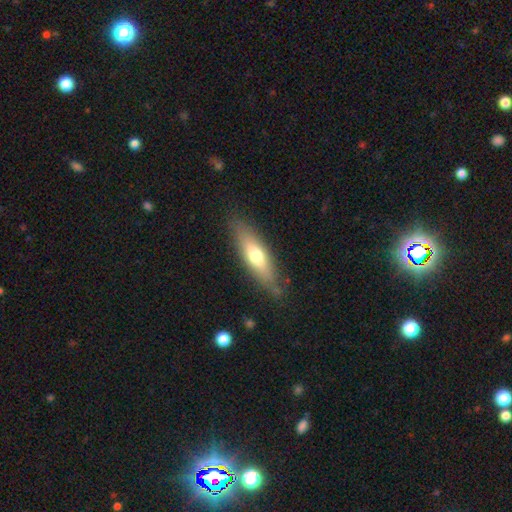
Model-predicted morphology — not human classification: This appears to be a smooth galaxy with no disk features (61%) that is cigar-shaped (57%). Merging: none (82%).